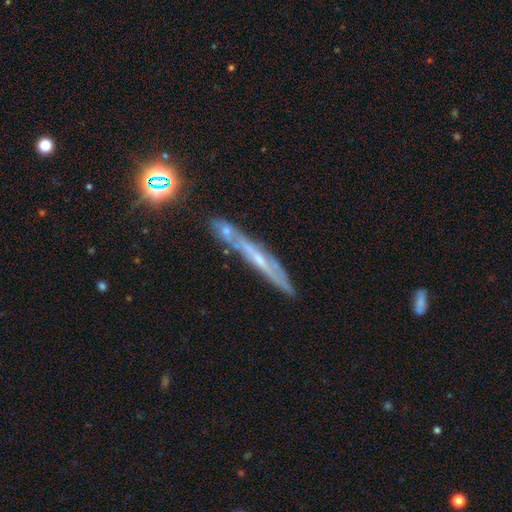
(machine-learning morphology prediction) Smooth or featured? Predicted: featured or disk (p=0.64). Edge-on disk? Predicted: yes (p=0.80). Edge-on bulge? Predicted: none (p=0.55). Merging? Predicted: none (p=0.69).